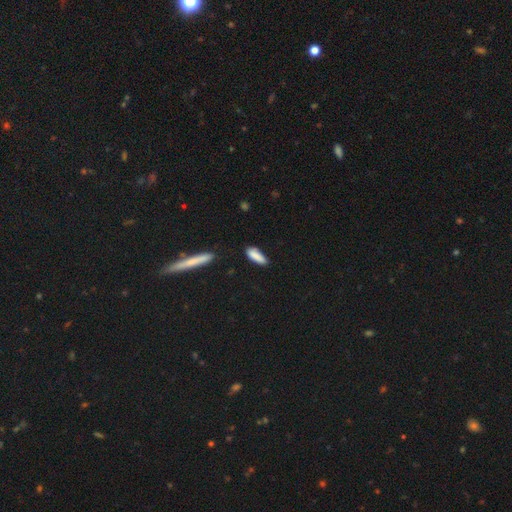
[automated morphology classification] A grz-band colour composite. It shows a smooth galaxy with no disk features (87%) that is cigar-shaped (55%). Merging: none (79%).